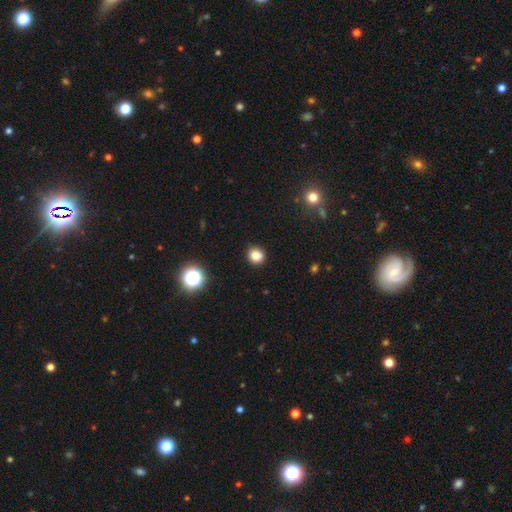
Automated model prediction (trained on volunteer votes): smooth-or-featured: smooth: 81% | star or artifact: 14% | featured or disk: 5%
  how-rounded: round: 86% | in between: 13% | cigar-shaped: 1%
  merging: none: 91% | minor disturbance: 6% | major disturbance: 2% | merger: 1%